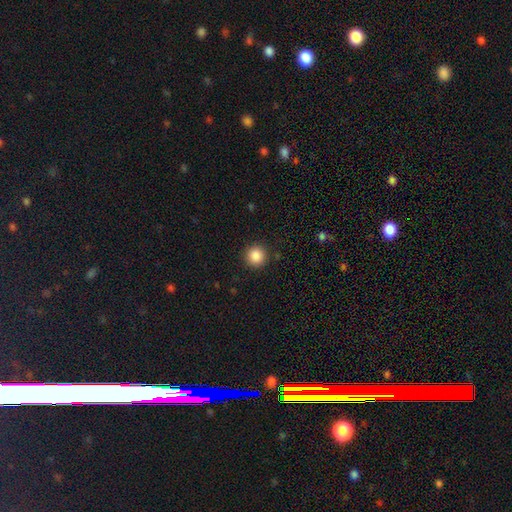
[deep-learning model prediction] The model was most divided on "smooth or featured": smooth: 87%, star or artifact: 10%, featured or disk: 3%. More confident: how rounded — round (95%); merging — none (91%).